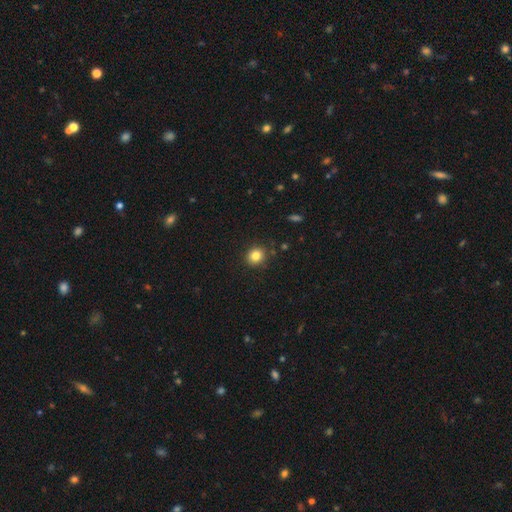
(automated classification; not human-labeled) smooth 83%, star or artifact 11%, featured or disk 6%. Down the decision tree: how rounded — round (83%); merging — none (89%).